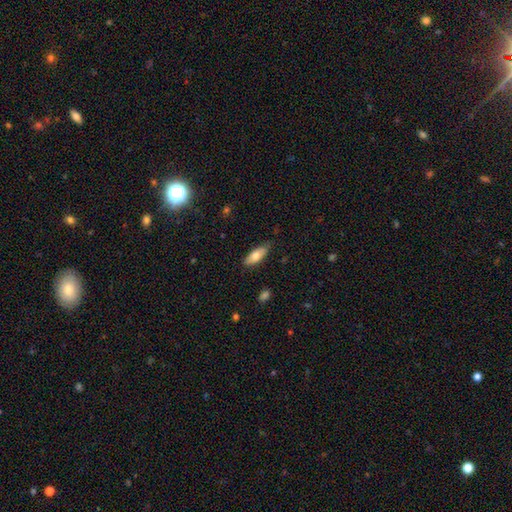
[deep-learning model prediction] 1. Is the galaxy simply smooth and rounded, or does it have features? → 72% smooth, 22% featured or disk, 6% star or artifact.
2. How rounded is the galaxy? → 71% in between, 26% cigar-shaped, 2% round.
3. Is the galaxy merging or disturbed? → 80% none, 16% minor disturbance, 2% major disturbance, 1% merger.